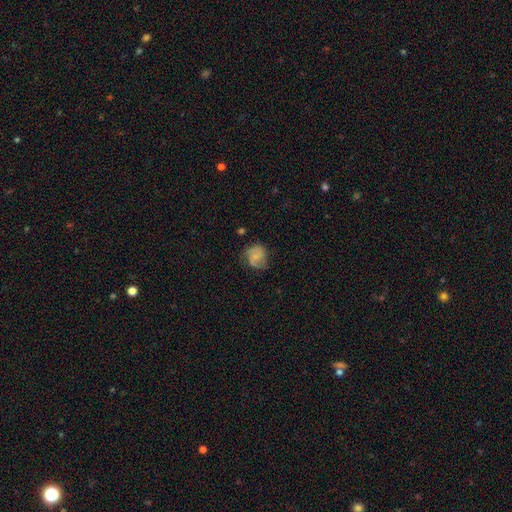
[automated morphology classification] Smooth or featured: featured or disk — 51% (smooth — 41%)
Edge-on disk: no — 98% (yes — 2%)
Merging: none — 64% (minor disturbance — 24%)